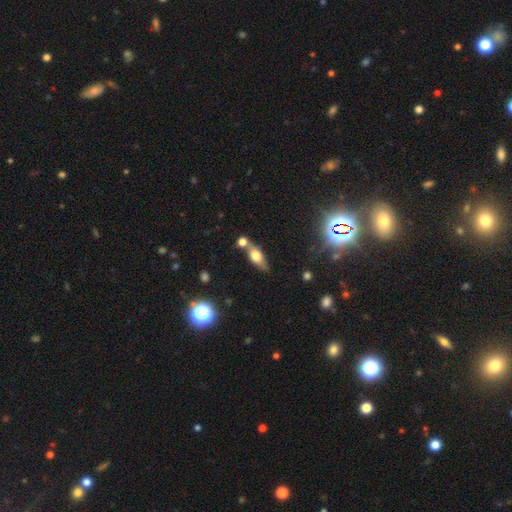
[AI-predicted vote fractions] smooth 54%, featured or disk 36%, star or artifact 11%. Down the decision tree: how rounded — in between (64%); merging — none (58%).